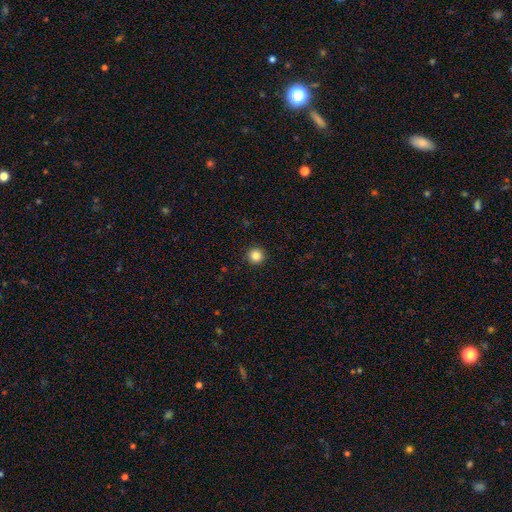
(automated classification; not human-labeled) This is clearly a smooth galaxy (84%). How rounded: clearly round (96%). Merging: clearly none (93%).